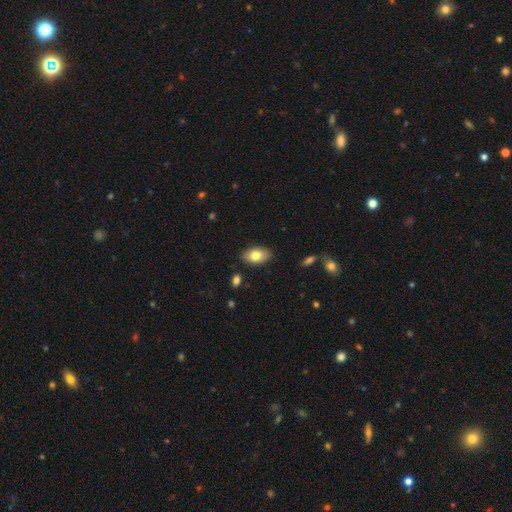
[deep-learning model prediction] smooth_or_featured: smooth (p=0.79) [alt: featured or disk p=0.14]
how_rounded: in between (p=0.92) [alt: round p=0.07]
merging: none (p=0.87) [alt: minor disturbance p=0.10]